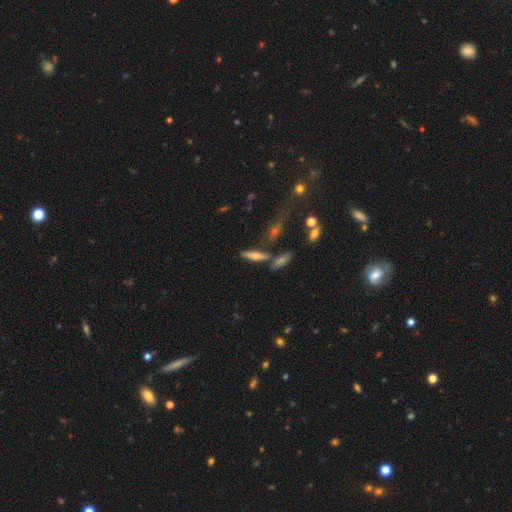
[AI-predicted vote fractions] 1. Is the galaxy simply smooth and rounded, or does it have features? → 50% smooth, 40% featured or disk, 10% star or artifact.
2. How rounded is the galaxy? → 66% cigar-shaped, 30% in between, 4% round.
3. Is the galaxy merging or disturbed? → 66% none, 17% merger, 13% minor disturbance, 5% major disturbance.